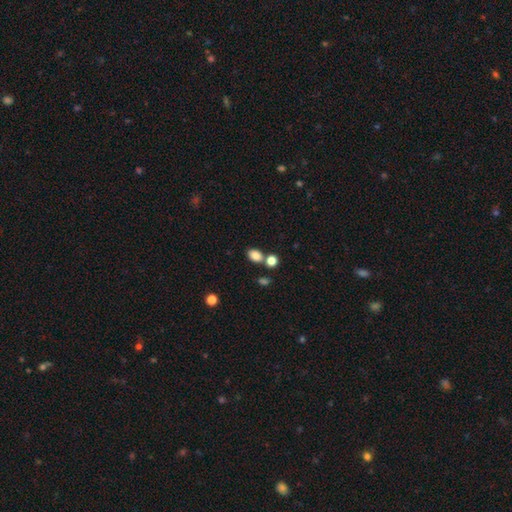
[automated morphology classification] Smooth or featured? Predicted: smooth (p=0.84). How rounded? Predicted: in between (p=0.72). Merging? Predicted: none (p=0.65).